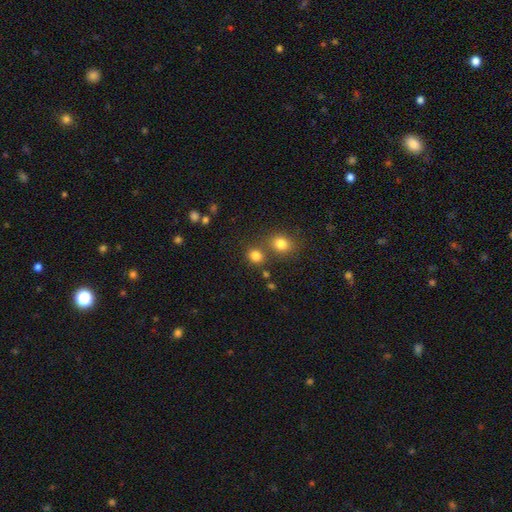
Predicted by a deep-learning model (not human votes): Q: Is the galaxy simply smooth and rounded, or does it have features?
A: smooth — 81%.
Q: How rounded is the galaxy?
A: round — 71%.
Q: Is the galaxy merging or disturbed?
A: none — 64%.